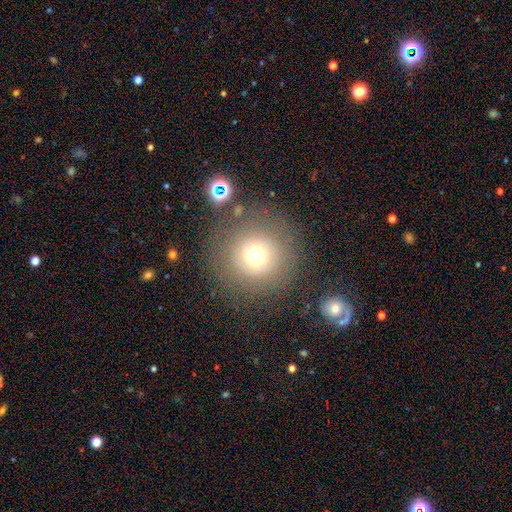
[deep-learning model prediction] Smooth or featured? Predicted: smooth (p=0.67). How rounded? Predicted: round (p=0.95). Merging? Predicted: none (p=0.80).